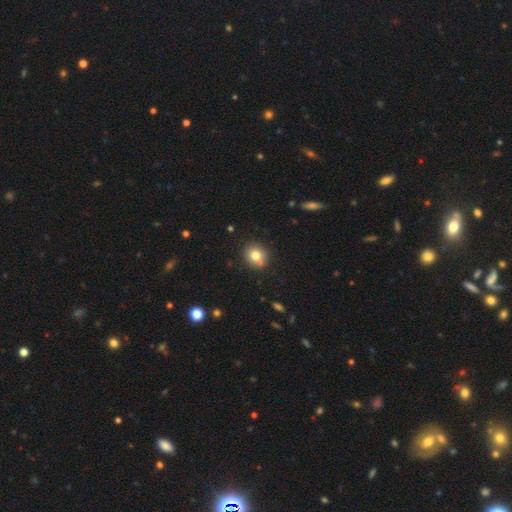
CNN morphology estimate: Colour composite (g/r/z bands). It shows a smooth galaxy with no disk features (79%) that is round (78%). Merging: none (79%).